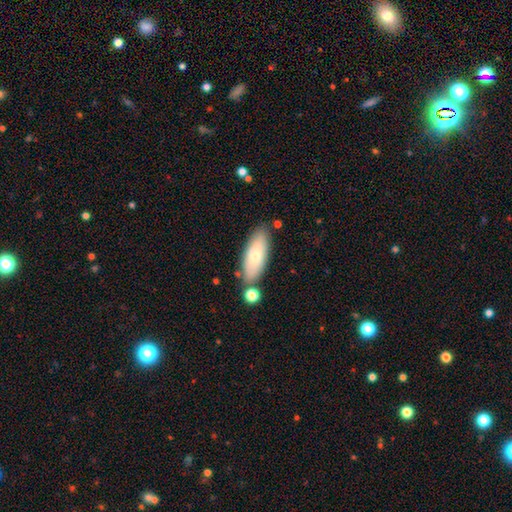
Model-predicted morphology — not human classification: Smooth or featured: smooth — 70% (featured or disk — 24%)
How rounded: in between — 69% (cigar-shaped — 28%)
Merging: none — 77% (minor disturbance — 13%)